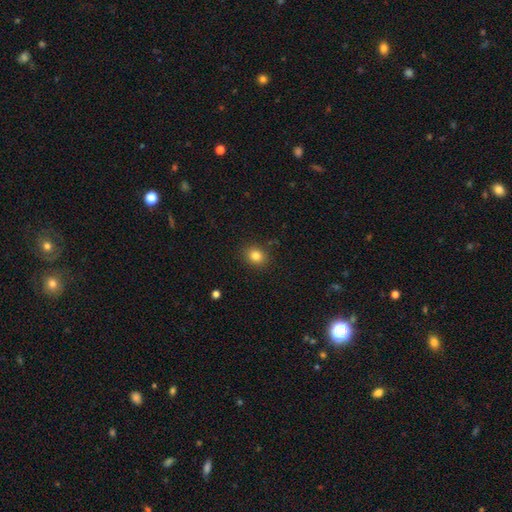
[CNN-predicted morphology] smooth_or_featured: smooth (p=0.83) [alt: star or artifact p=0.12]
how_rounded: round (p=0.69) [alt: in between p=0.30]
merging: none (p=0.88) [alt: minor disturbance p=0.08]